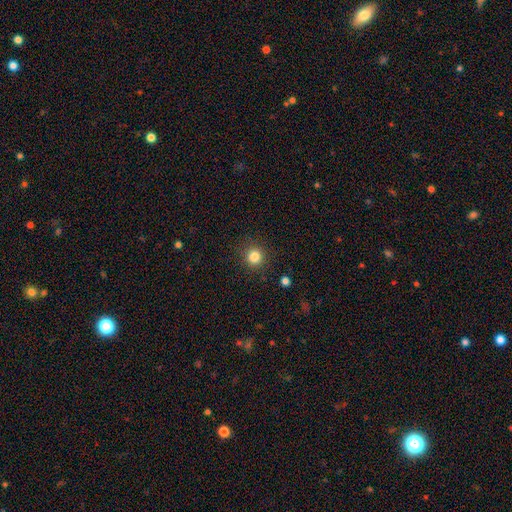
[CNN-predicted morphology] A smooth galaxy with no disk features (83%) that is round (93%).

Vote fractions:
- Smooth or featured? smooth: 83% / star or artifact: 12% / featured or disk: 5%
- How rounded? round: 93% / in between: 7% / cigar-shaped: 1%
- Merging? none: 89% / minor disturbance: 7% / major disturbance: 3% / merger: 1%